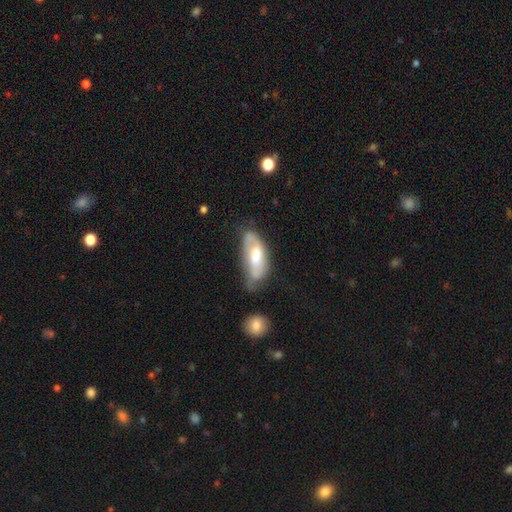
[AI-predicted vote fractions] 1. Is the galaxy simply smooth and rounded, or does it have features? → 47% featured or disk, 46% smooth, 7% star or artifact.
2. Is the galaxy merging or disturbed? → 43% none, 34% minor disturbance, 17% major disturbance, 7% merger.